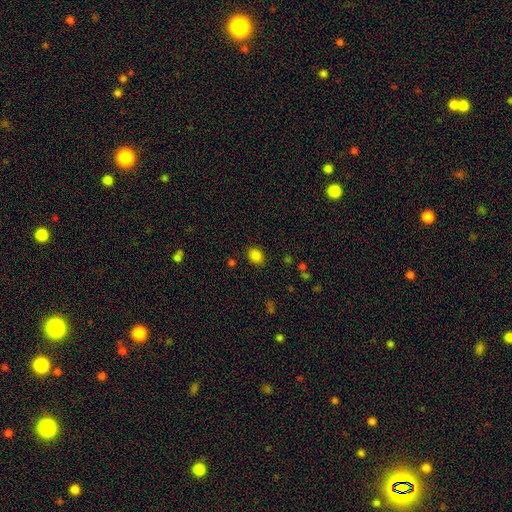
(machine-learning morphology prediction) Smooth or featured? smooth (84%)
How rounded? in between (51%)
Merging? none (86%)